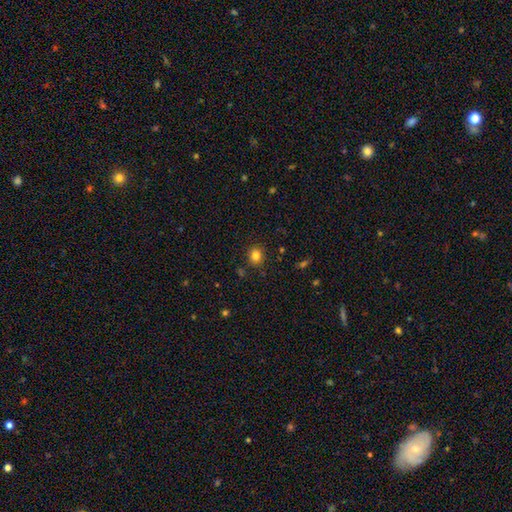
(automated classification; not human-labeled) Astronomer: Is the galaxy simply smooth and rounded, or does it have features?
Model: smooth — 82%.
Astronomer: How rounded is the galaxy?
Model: round — 77%.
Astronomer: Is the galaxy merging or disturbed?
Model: none — 88%.